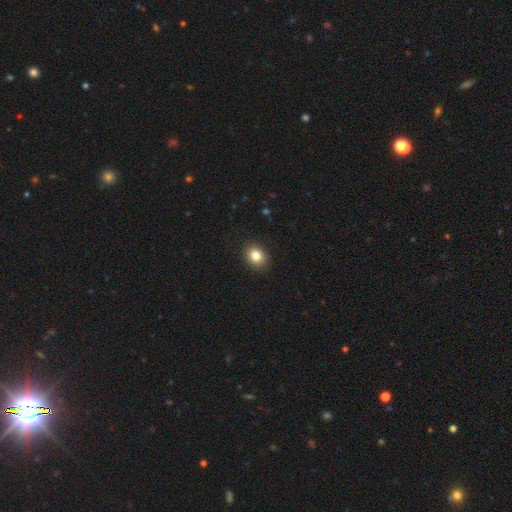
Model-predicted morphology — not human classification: Smooth or featured?
  - smooth: 83% *
  - star or artifact: 10%
  - featured or disk: 7%
How rounded?
  - in between: 54% *
  - round: 45%
  - cigar-shaped: 1%
Merging?
  - none: 89% *
  - minor disturbance: 8%
  - major disturbance: 2%
  - merger: 1%